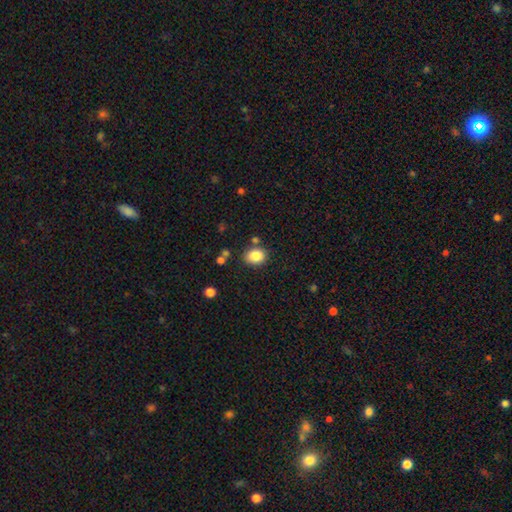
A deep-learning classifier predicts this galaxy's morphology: smooth_or_featured: smooth (p=0.85) [alt: star or artifact p=0.09]
how_rounded: in between (p=0.56) [alt: round p=0.43]
merging: none (p=0.80) [alt: minor disturbance p=0.11]